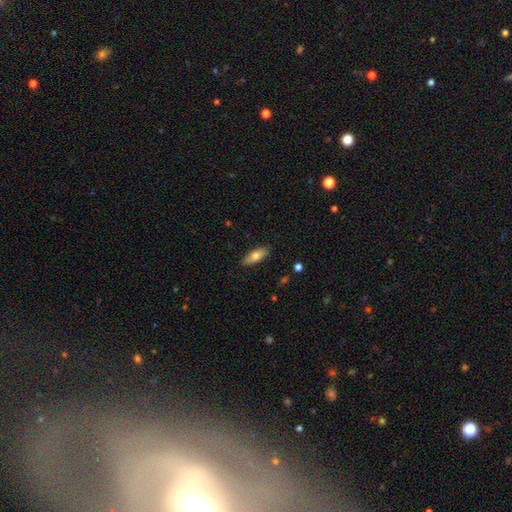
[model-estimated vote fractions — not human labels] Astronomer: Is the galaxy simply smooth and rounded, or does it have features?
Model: smooth — 73%.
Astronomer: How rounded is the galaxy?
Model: in between — 71%.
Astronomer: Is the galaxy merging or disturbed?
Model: none — 88%.